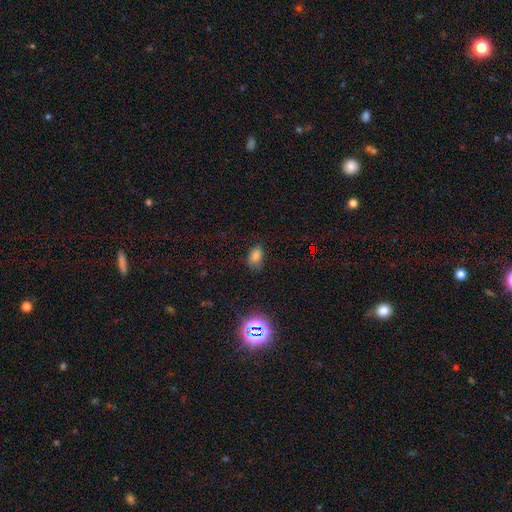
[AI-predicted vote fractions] smooth-or-featured: smooth: 72% | star or artifact: 21% | featured or disk: 7%
  how-rounded: in between: 88% | round: 10% | cigar-shaped: 2%
  merging: none: 72% | minor disturbance: 21% | major disturbance: 6% | merger: 2%